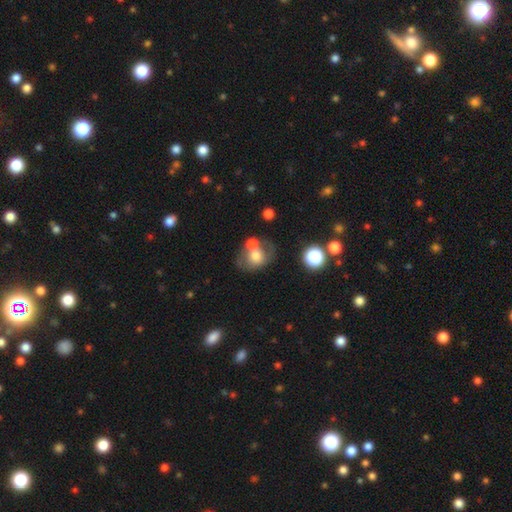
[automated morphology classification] Smooth or featured?
  - smooth: 60% *
  - featured or disk: 30%
  - star or artifact: 11%
How rounded?
  - round: 58% *
  - in between: 41%
  - cigar-shaped: 1%
Merging?
  - merger: 38% *
  - none: 37%
  - minor disturbance: 15%
  - major disturbance: 10%